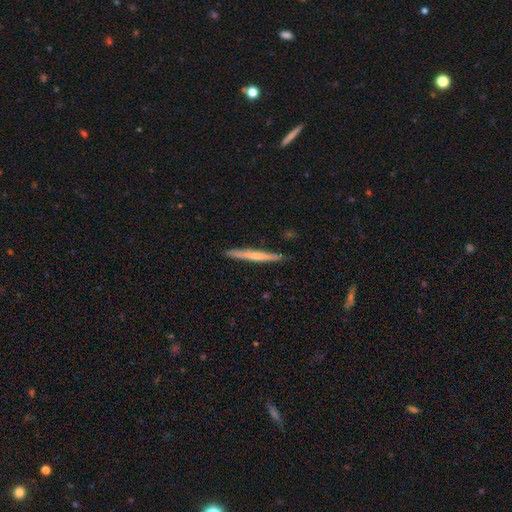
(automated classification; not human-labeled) A featured or disk galaxy (50%) viewed edge-on (97%). Merging: none (90%).